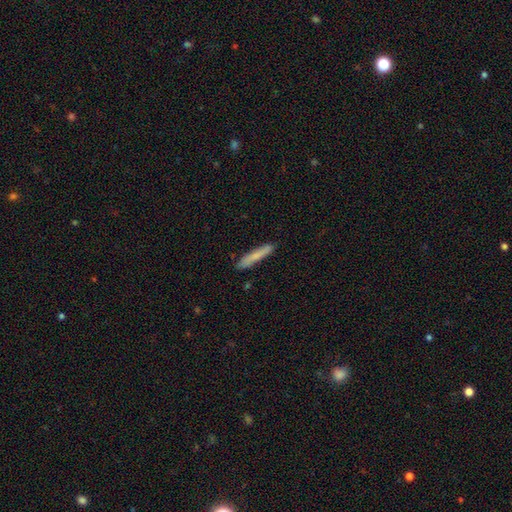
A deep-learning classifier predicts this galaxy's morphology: Smooth or featured? Predicted: smooth (p=0.73). How rounded? Predicted: cigar-shaped (p=0.94). Merging? Predicted: none (p=0.87).